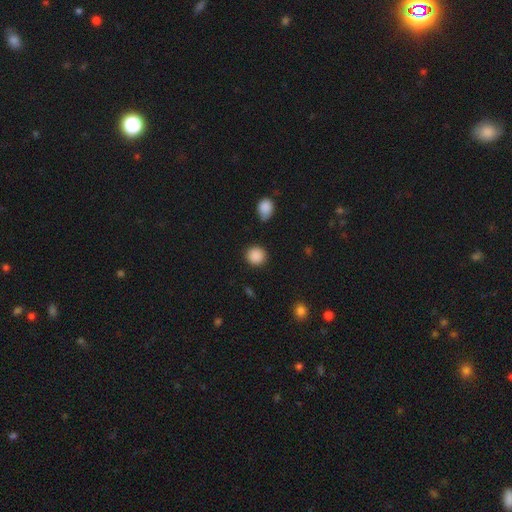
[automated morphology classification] Q: Smooth or featured?
A: smooth (89%); runner-up: star or artifact (8%)
Q: How rounded?
A: round (91%); runner-up: in between (8%)
Q: Merging?
A: none (87%); runner-up: minor disturbance (8%)